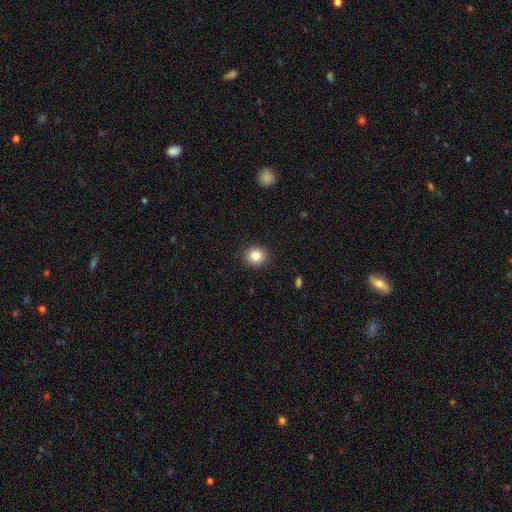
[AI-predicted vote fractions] Smooth or featured: smooth — 85% (star or artifact — 10%)
How rounded: round — 86% (in between — 14%)
Merging: none — 90% (minor disturbance — 7%)